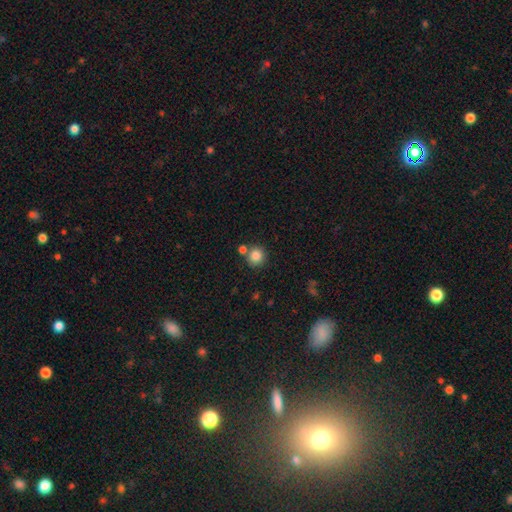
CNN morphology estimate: Smooth or featured: smooth — 84% (star or artifact — 11%)
How rounded: round — 92% (in between — 7%)
Merging: none — 74% (merger — 16%)